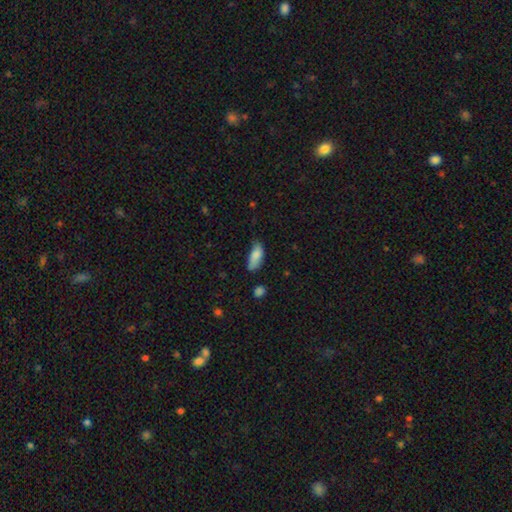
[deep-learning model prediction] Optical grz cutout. It shows a smooth galaxy with no disk features (84%) that is in between round and cigar-shaped (82%). Merging: none (54%).